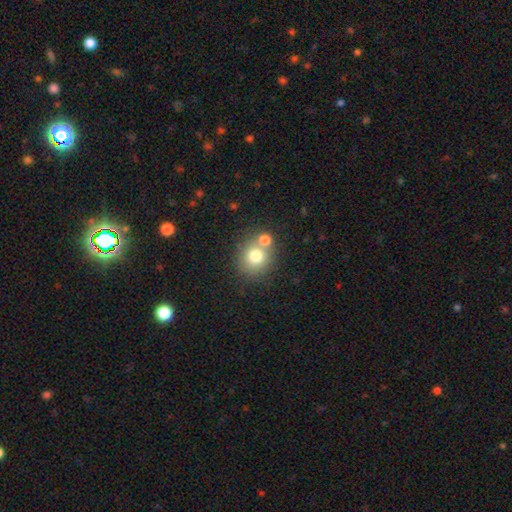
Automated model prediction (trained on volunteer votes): A smooth galaxy with no disk features (74%) that is round (82%). Merging: none (61%).